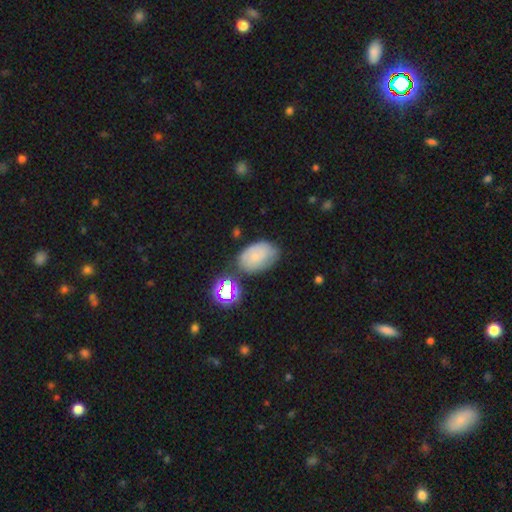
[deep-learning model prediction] Morphology: type=smooth (61%); roundness=in between (86%); merging=none (59%).